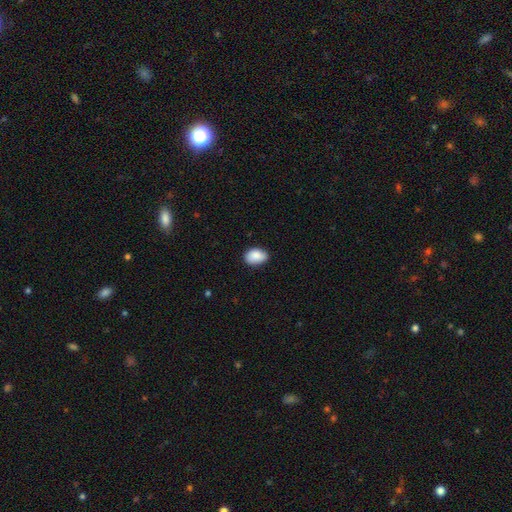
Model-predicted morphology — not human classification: The model was most divided on "merging": none: 80%, minor disturbance: 16%, major disturbance: 2%, merger: 1%. More confident: smooth or featured — smooth (88%); how rounded — in between (84%).